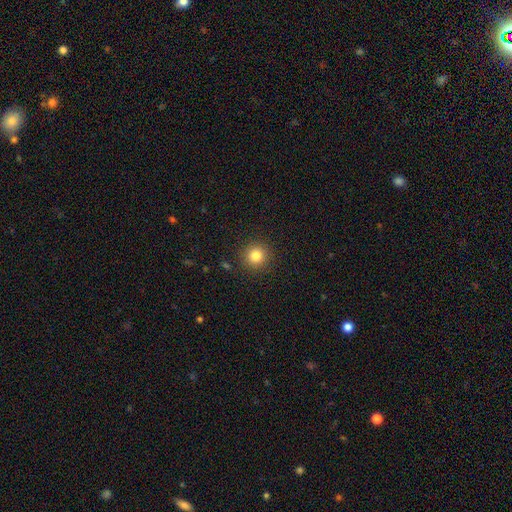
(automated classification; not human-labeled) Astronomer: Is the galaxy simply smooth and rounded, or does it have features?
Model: smooth — 83%.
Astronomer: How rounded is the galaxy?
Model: round — 94%.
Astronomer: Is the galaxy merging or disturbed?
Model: none — 91%.